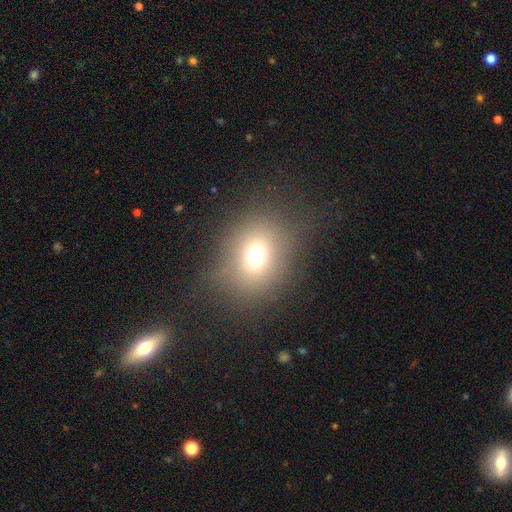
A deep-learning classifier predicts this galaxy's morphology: The model was most divided on "how rounded": round: 63%, in between: 36%, cigar-shaped: 1%. More confident: merging — none (79%); smooth or featured — smooth (69%).